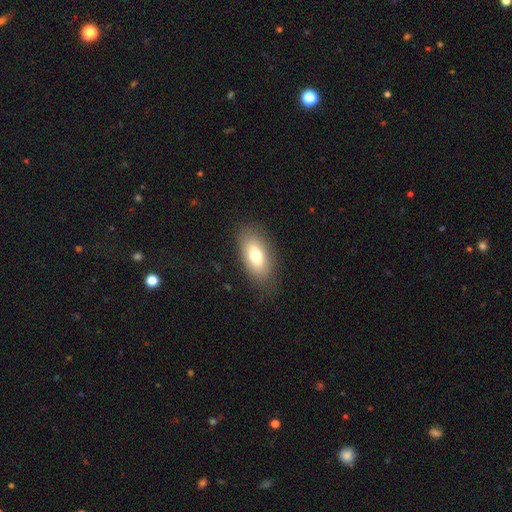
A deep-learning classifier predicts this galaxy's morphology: This appears to be a smooth galaxy with no disk features (72%) that is in between round and cigar-shaped (89%). Merging: none (82%).